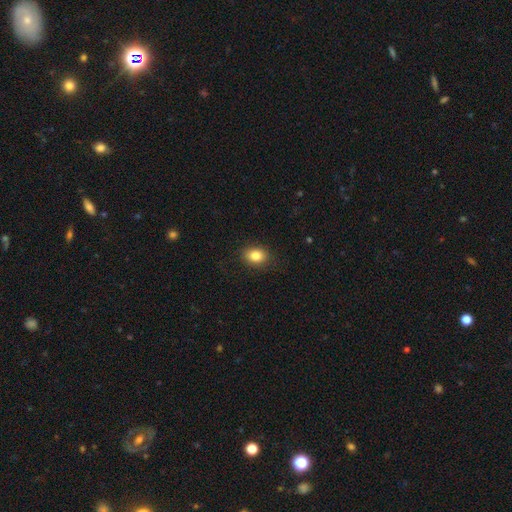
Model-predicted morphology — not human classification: This is clearly a smooth galaxy (84%). How rounded: possibly in between (60%). Merging: clearly none (87%).